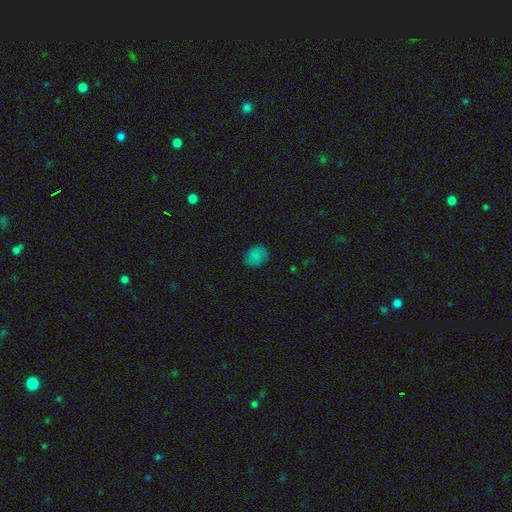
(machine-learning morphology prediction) Smooth or featured: smooth — 79% (star or artifact — 15%)
How rounded: in between — 53% (round — 45%)
Merging: none — 79% (minor disturbance — 17%)